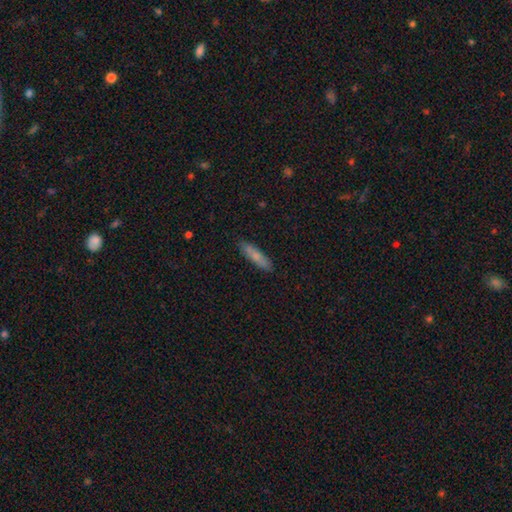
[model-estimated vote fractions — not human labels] The model was most divided on "smooth or featured": smooth: 75%, featured or disk: 19%, star or artifact: 6%. More confident: merging — none (88%); how rounded — cigar-shaped (79%).